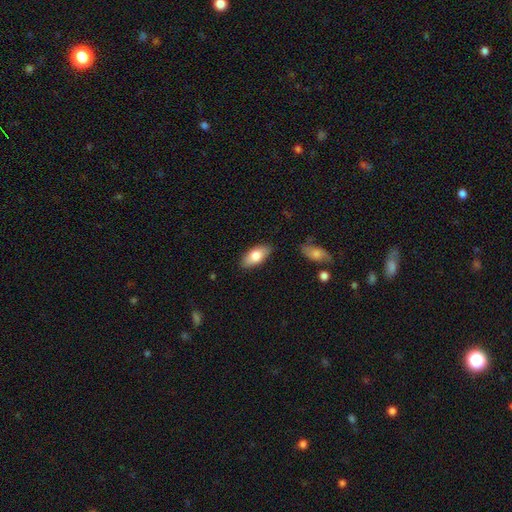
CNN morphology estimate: Q: Smooth or featured?
A: smooth (76%); runner-up: featured or disk (18%)
Q: How rounded?
A: in between (89%); runner-up: cigar-shaped (8%)
Q: Merging?
A: none (87%); runner-up: minor disturbance (10%)